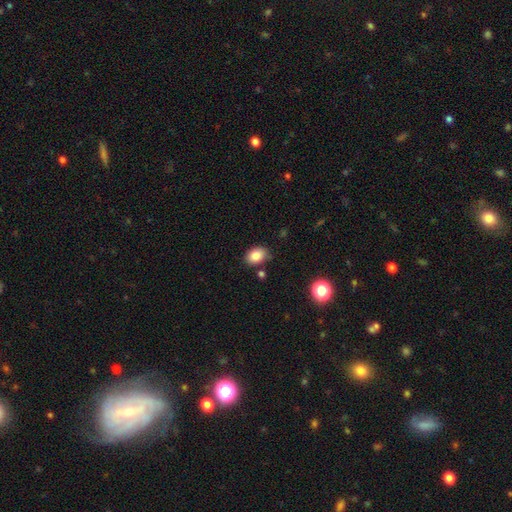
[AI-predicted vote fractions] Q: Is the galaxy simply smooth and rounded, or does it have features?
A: smooth — 84%.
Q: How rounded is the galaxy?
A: in between — 78%.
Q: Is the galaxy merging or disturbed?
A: none — 79%.